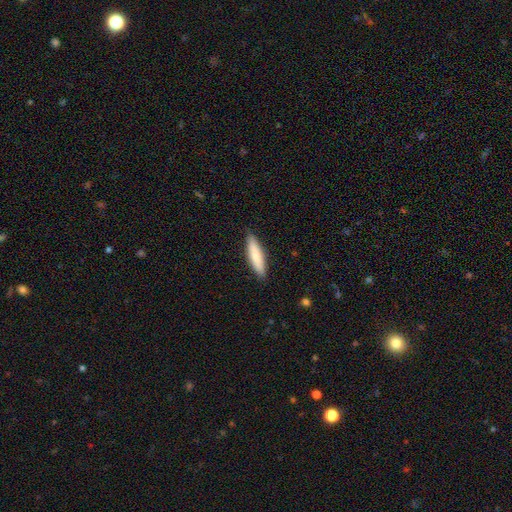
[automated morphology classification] This appears to be a smooth galaxy with no disk features (81%) that is cigar-shaped (70%). Merging: none (87%).